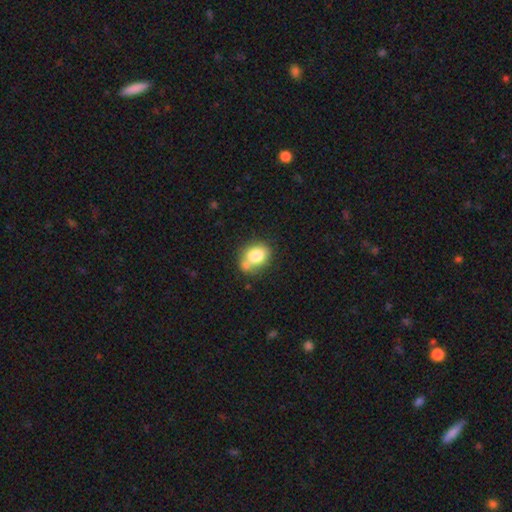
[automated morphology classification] The model was most divided on "how rounded": round: 56%, in between: 43%, cigar-shaped: 1%. More confident: smooth or featured — smooth (79%); merging — none (53%).